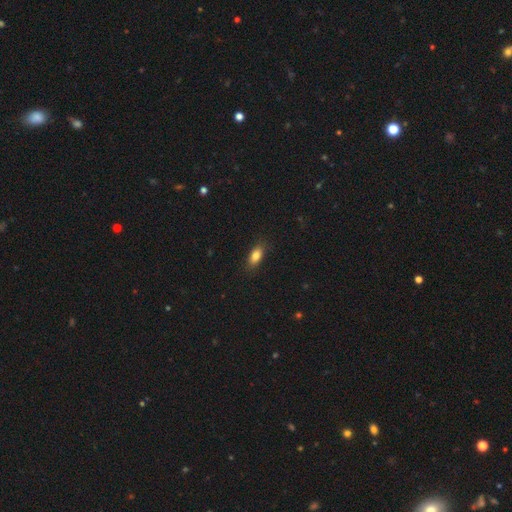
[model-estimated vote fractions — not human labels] A smooth galaxy with no disk features (83%) that is in between round and cigar-shaped (84%).

Vote fractions:
- Smooth or featured? smooth: 83% / featured or disk: 9% / star or artifact: 8%
- How rounded? in between: 84% / cigar-shaped: 10% / round: 5%
- Merging? none: 85% / minor disturbance: 11% / major disturbance: 3% / merger: 1%